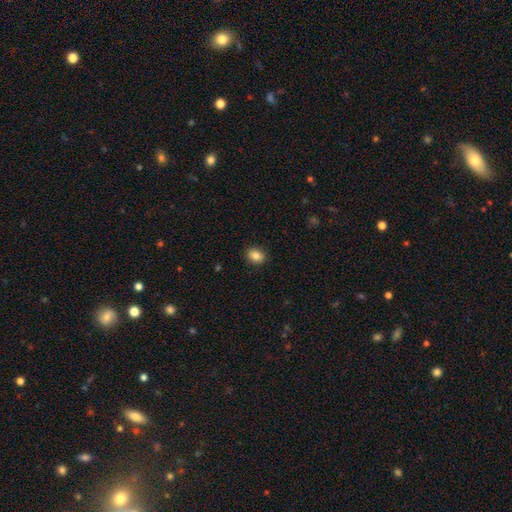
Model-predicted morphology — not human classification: Smooth or featured? Predicted: smooth (p=0.86). How rounded? Predicted: in between (p=0.53). Merging? Predicted: none (p=0.90).